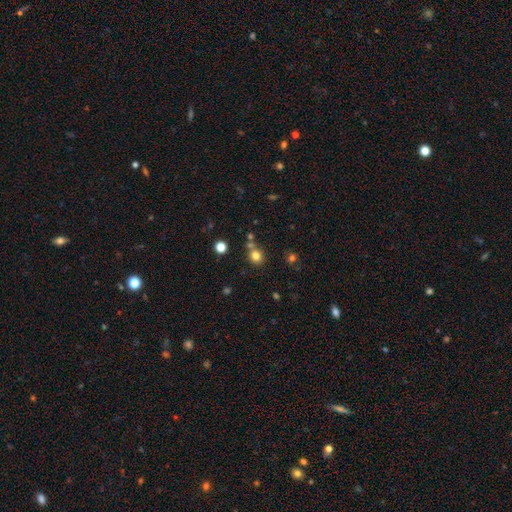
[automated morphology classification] The model was most divided on "merging": none: 70%, merger: 17%, minor disturbance: 10%, major disturbance: 3%. More confident: how rounded — round (85%); smooth or featured — smooth (78%).